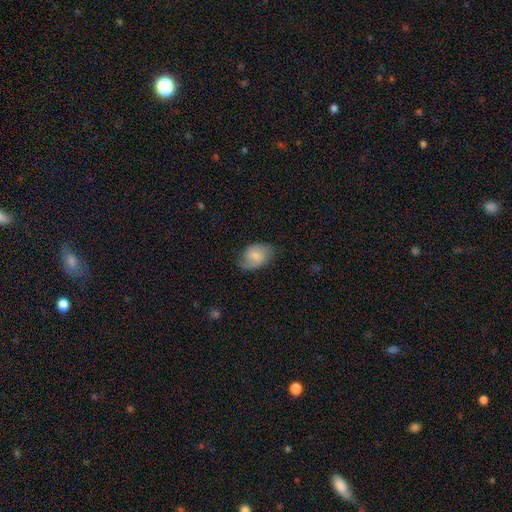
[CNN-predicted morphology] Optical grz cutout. It shows a smooth galaxy with no disk features (67%) that is in between round and cigar-shaped (81%). Merging: none (63%).